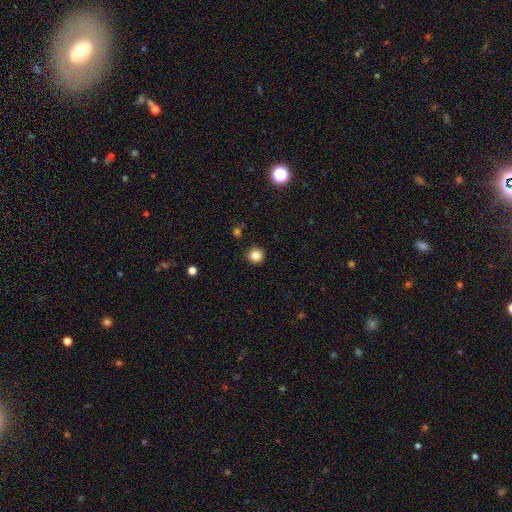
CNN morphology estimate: A smooth galaxy with no disk features (84%) that is round (95%). Merging: none (92%).